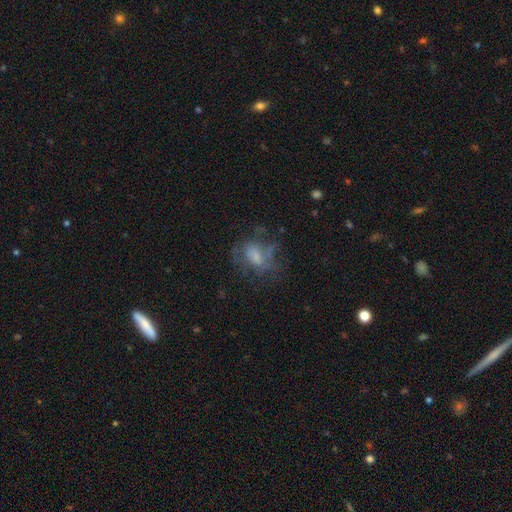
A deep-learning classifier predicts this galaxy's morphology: Overall: featured or disk (46%; smooth 39%). Merging: none (44%; major disturbance 32%).